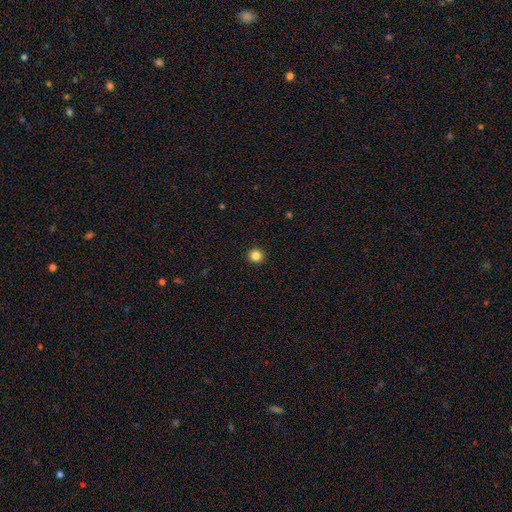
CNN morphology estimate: Smooth or featured? Predicted: smooth (p=0.84). How rounded? Predicted: round (p=0.94). Merging? Predicted: none (p=0.94).